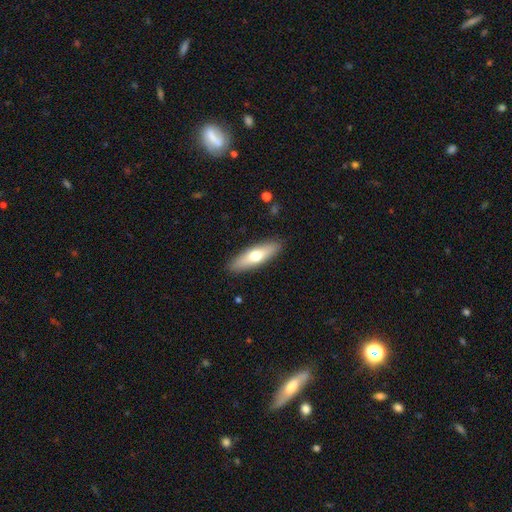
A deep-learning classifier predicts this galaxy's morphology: Overall: smooth (61%; featured or disk 34%). How rounded: cigar-shaped (57%; in between 41%). Merging: none (89%).